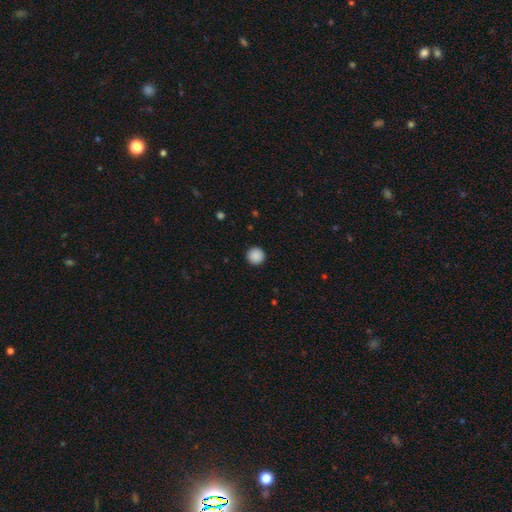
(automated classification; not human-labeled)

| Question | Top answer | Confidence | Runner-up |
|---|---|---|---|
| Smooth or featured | smooth | 89% | star or artifact (8%) |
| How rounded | round | 96% | in between (3%) |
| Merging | none | 93% | minor disturbance (5%) |